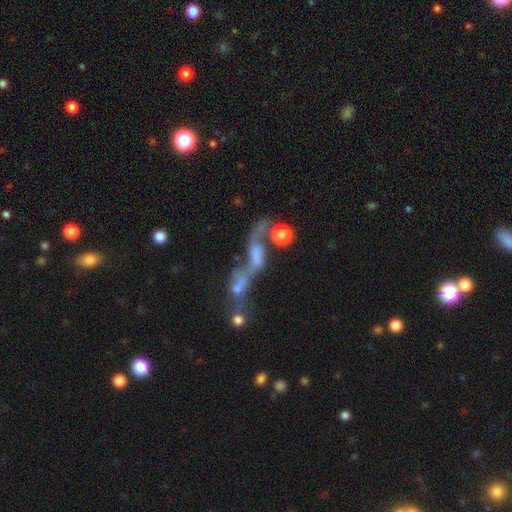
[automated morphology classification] featured or disk 55%, smooth 27%, star or artifact 18%. Down the decision tree: edge-on disk — no (88%); merging — merger (59%).